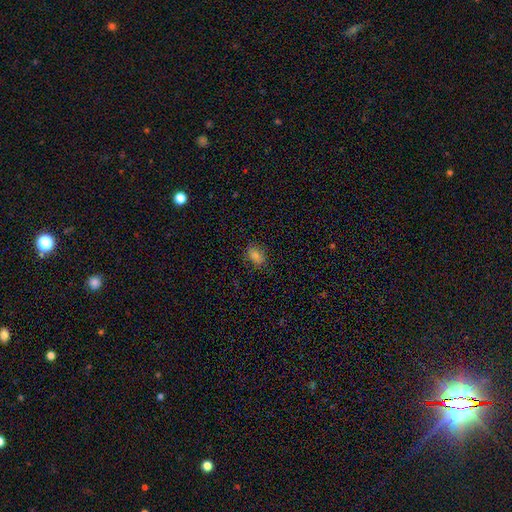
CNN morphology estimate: The model was most divided on "how rounded": in between: 70%, round: 28%, cigar-shaped: 2%. More confident: merging — none (82%); smooth or featured — smooth (71%).